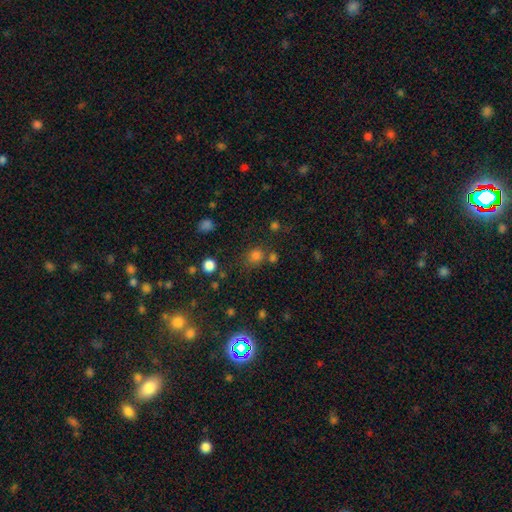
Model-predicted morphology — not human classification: Overall: smooth (71%). How rounded: round (79%). Merging: none (68%).